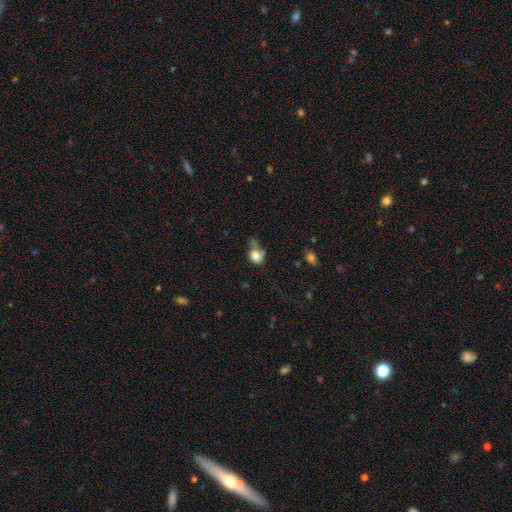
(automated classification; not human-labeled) Overall: smooth (77%). How rounded: round (56%; in between 43%). Merging: none (32%, tied with minor disturbance).